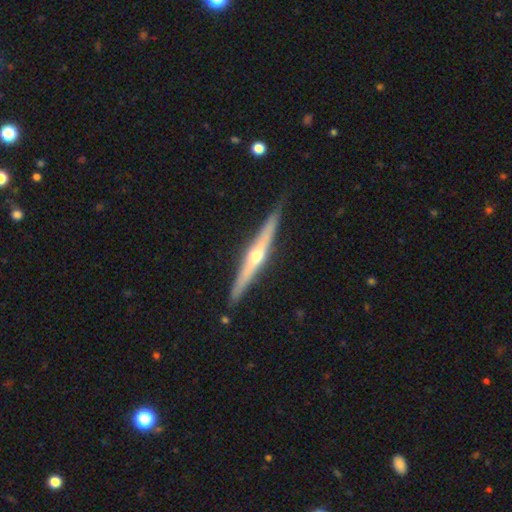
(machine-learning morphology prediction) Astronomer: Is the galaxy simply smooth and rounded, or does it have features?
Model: featured or disk — 73%.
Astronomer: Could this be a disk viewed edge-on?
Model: yes — 97%.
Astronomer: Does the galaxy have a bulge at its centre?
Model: rounded — 88%.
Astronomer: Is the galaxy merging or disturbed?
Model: none — 87%.